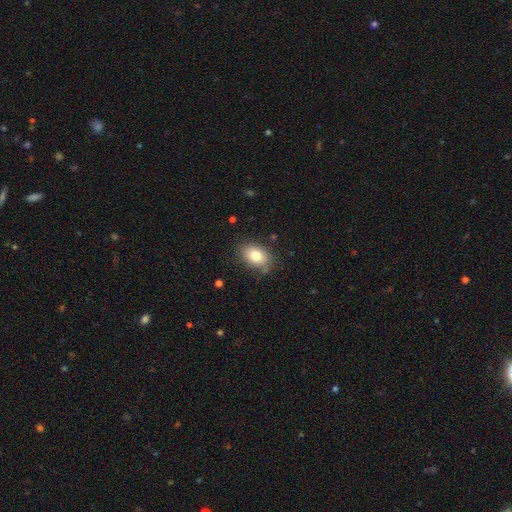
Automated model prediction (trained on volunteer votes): Morphology: type=smooth (80%); roundness=in between (83%); merging=none (82%).